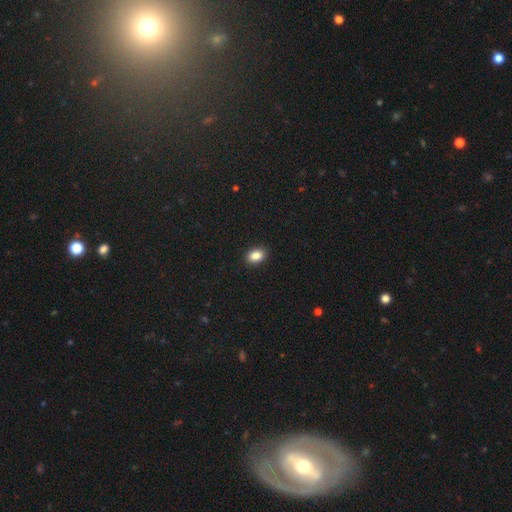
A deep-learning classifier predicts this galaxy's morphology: Q: Smooth or featured?
A: smooth (87%); runner-up: star or artifact (9%)
Q: How rounded?
A: in between (80%); runner-up: round (19%)
Q: Merging?
A: none (90%); runner-up: minor disturbance (7%)